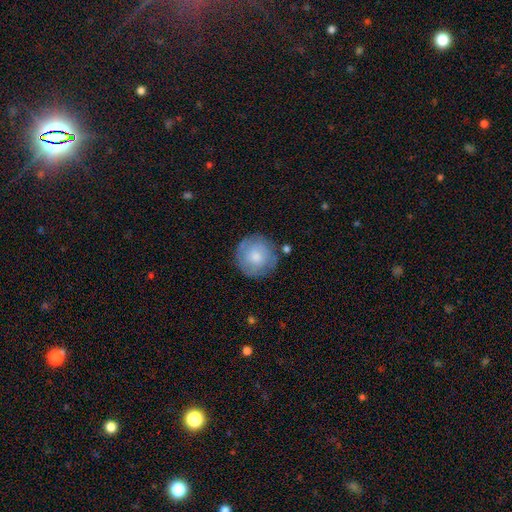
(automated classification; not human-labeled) A smooth galaxy with no disk features (70%) that is round (95%).

Vote fractions:
- Smooth or featured? smooth: 70% / featured or disk: 24% / star or artifact: 7%
- How rounded? round: 95% / in between: 5% / cigar-shaped: 1%
- Merging? none: 79% / minor disturbance: 14% / major disturbance: 4% / merger: 3%